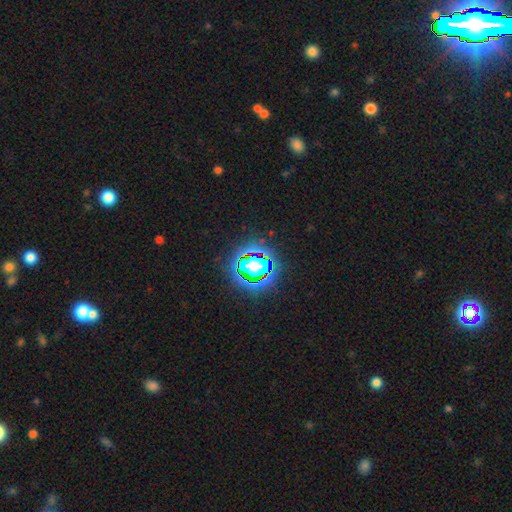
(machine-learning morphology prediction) Smooth or featured?
  - star or artifact: 80% *
  - smooth: 13%
  - featured or disk: 7%